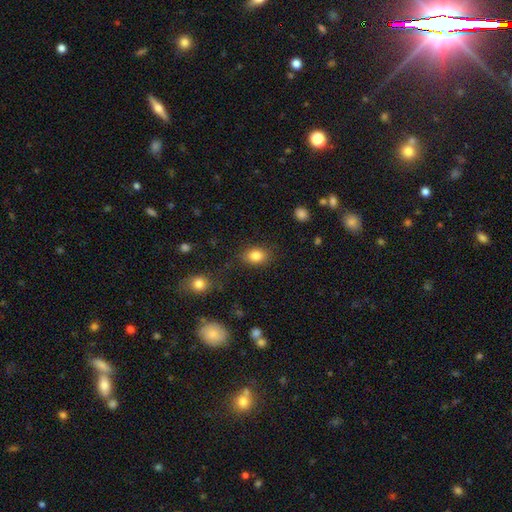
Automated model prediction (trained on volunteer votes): smooth_or_featured: smooth (p=0.84) [alt: star or artifact p=0.10]
how_rounded: in between (p=0.68) [alt: round p=0.31]
merging: none (p=0.81) [alt: minor disturbance p=0.13]